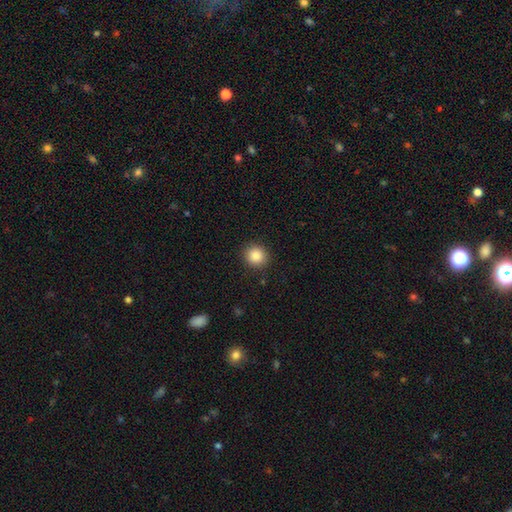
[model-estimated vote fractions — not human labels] Smooth or featured? Predicted: smooth (p=0.86). How rounded? Predicted: round (p=0.90). Merging? Predicted: none (p=0.90).